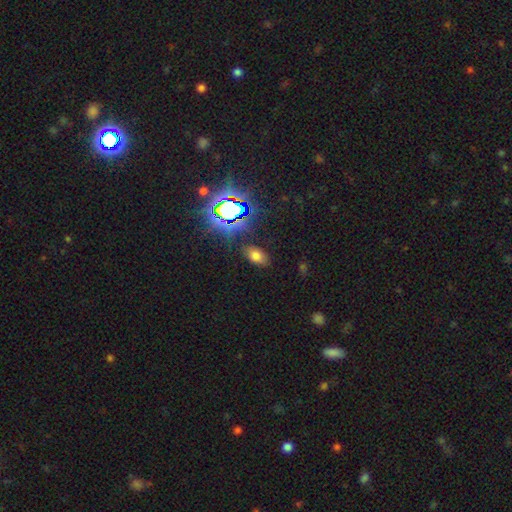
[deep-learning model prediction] The model was most divided on "smooth or featured": smooth: 63%, star or artifact: 27%, featured or disk: 10%. More confident: how rounded — in between (87%); merging — none (83%).